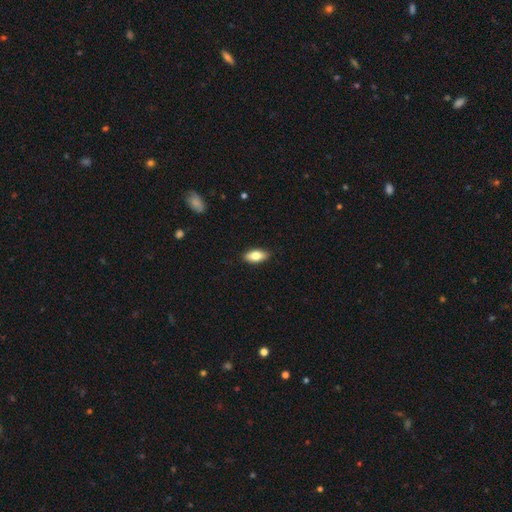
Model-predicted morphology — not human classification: Q: Smooth or featured?
A: smooth (79%); runner-up: featured or disk (15%)
Q: How rounded?
A: in between (87%); runner-up: cigar-shaped (10%)
Q: Merging?
A: none (89%); runner-up: minor disturbance (8%)